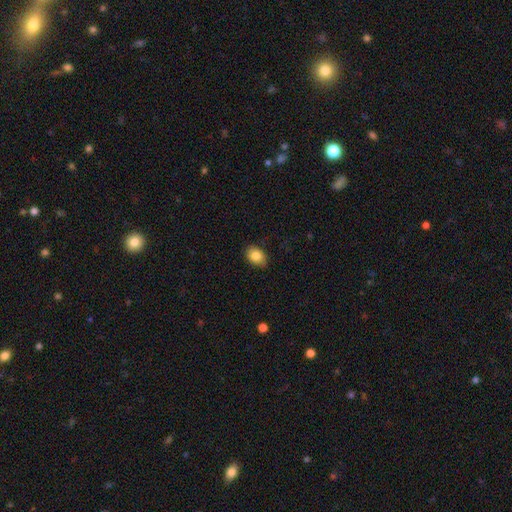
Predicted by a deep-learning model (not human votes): A smooth galaxy with no disk features (84%) that is in between round and cigar-shaped (78%). Merging: none (86%).